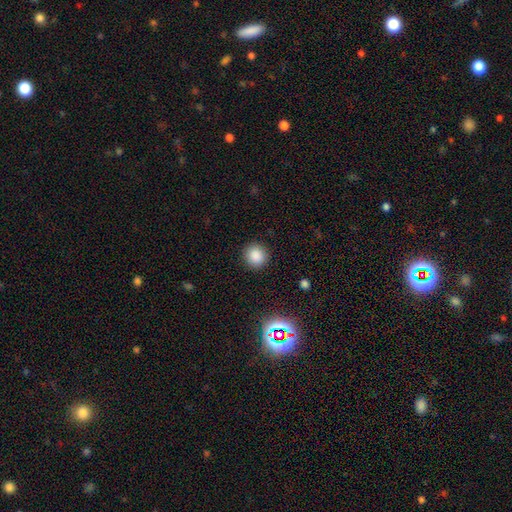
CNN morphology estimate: The model was most divided on "smooth or featured": smooth: 85%, star or artifact: 12%, featured or disk: 4%. More confident: merging — none (90%); how rounded — round (90%).